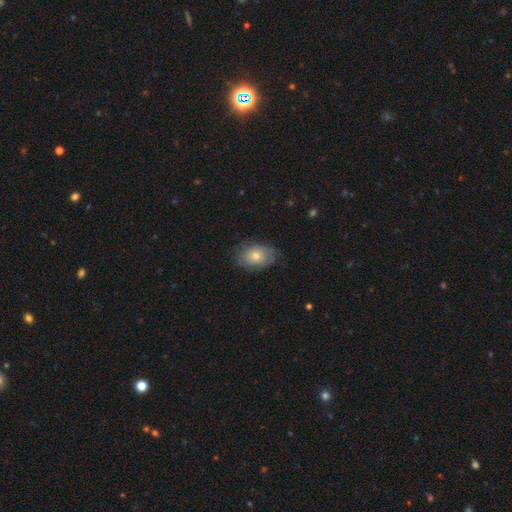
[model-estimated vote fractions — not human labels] Q: Smooth or featured?
A: smooth (62%); runner-up: featured or disk (29%)
Q: How rounded?
A: in between (82%); runner-up: round (16%)
Q: Merging?
A: none (75%); runner-up: minor disturbance (19%)